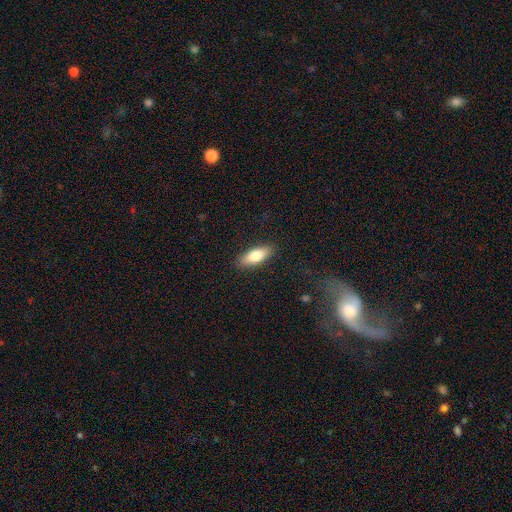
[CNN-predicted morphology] Overall: smooth (78%). How rounded: in between (71%). Merging: none (88%).